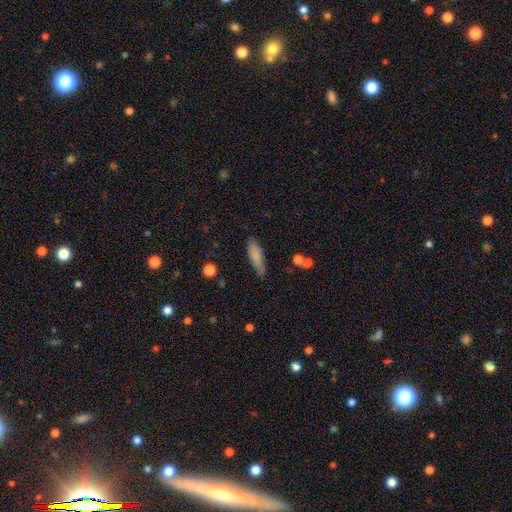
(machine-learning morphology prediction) This is clearly a smooth galaxy (81%). How rounded: possibly cigar-shaped (50%). Merging: likely none (70%).